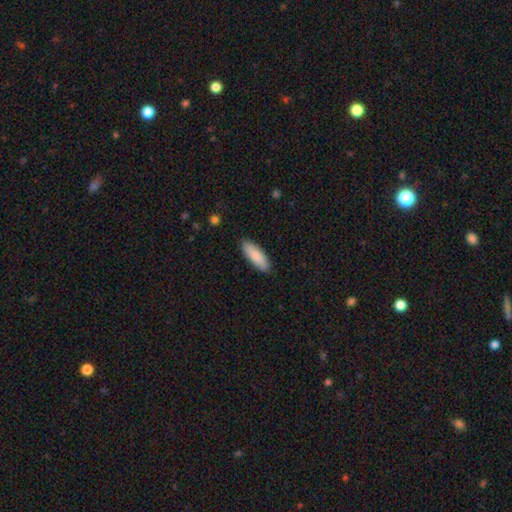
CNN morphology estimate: smooth-or-featured: smooth: 86% | featured or disk: 9% | star or artifact: 5%
  how-rounded: in between: 62% | cigar-shaped: 37% | round: 2%
  merging: none: 88% | minor disturbance: 9% | major disturbance: 2% | merger: 1%